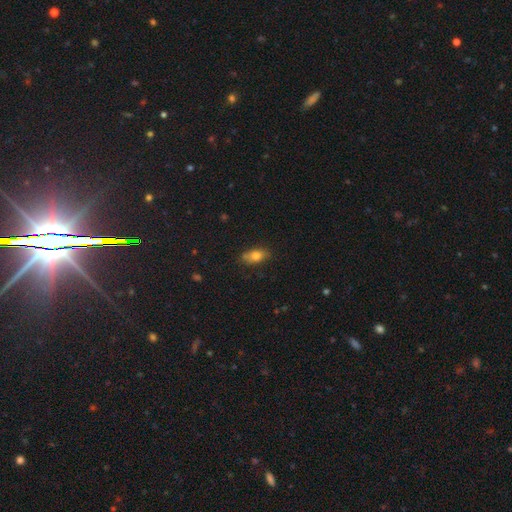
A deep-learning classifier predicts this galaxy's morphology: A smooth galaxy with no disk features (75%) that is in between round and cigar-shaped (82%). Merging: none (76%).